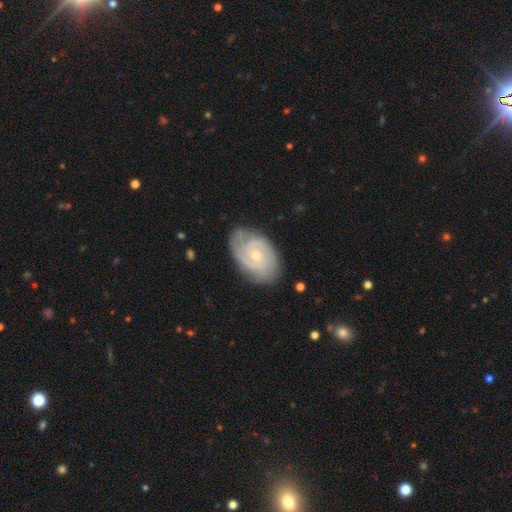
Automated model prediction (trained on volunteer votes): Smooth or featured? featured or disk (81%)
Edge-on disk? no (96%)
Bar? no (67%)
Spiral arms? yes (94%)
Spiral winding? tight (60%)
Spiral arm count? 2 (51%)
Bulge size? small (63%)
Merging? none (76%)